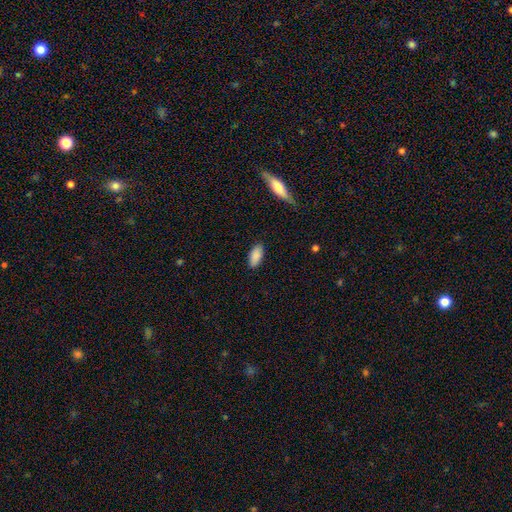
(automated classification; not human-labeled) Smooth or featured?
  - smooth: 88% *
  - star or artifact: 7%
  - featured or disk: 5%
How rounded?
  - in between: 89% *
  - cigar-shaped: 9%
  - round: 2%
Merging?
  - none: 86% *
  - minor disturbance: 10%
  - major disturbance: 2%
  - merger: 1%